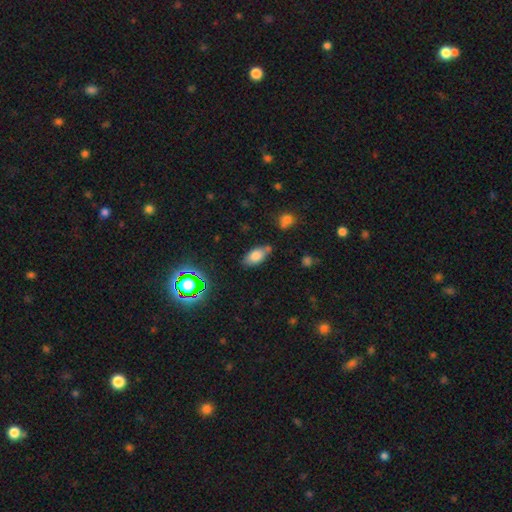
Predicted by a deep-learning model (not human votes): Smooth or featured: smooth — 75% (star or artifact — 13%)
How rounded: in between — 88% (round — 7%)
Merging: none — 65% (minor disturbance — 20%)